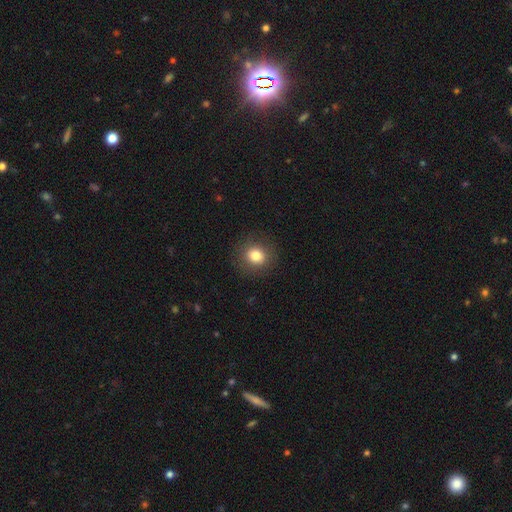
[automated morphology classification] This appears to be a smooth galaxy with no disk features (82%) that is round (82%). Merging: none (89%).